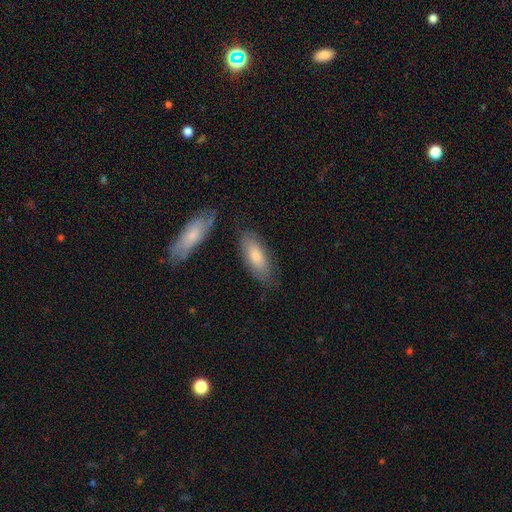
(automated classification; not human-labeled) This is likely a smooth galaxy (69%). How rounded: likely in between (73%). Merging: likely none (75%).